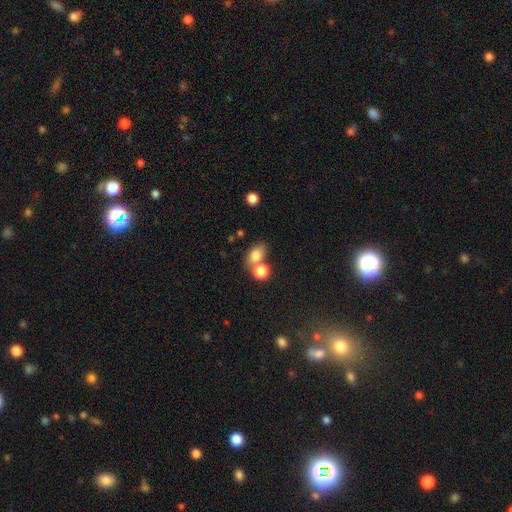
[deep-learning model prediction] Smooth or featured? Predicted: smooth (p=0.79). How rounded? Predicted: in between (p=0.70). Merging? Predicted: none (p=0.49).